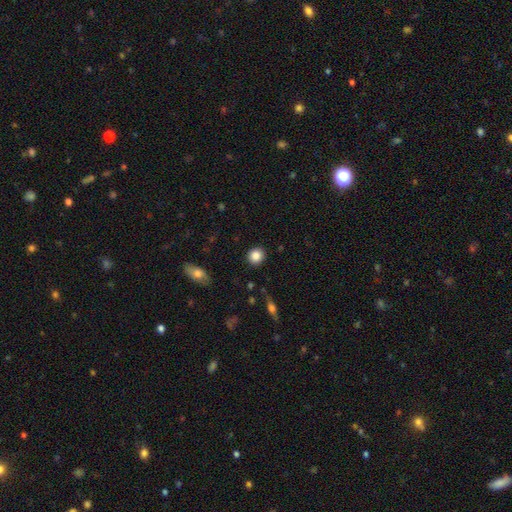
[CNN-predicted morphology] This appears to be a smooth galaxy with no disk features (86%) that is round (85%). Merging: none (90%).